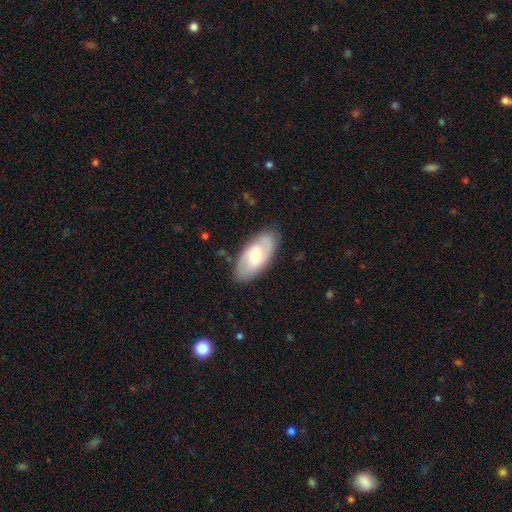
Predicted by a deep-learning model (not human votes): Overall: featured or disk (51%; smooth 43%). Edge-on disk: no (89%). Merging: none (82%).